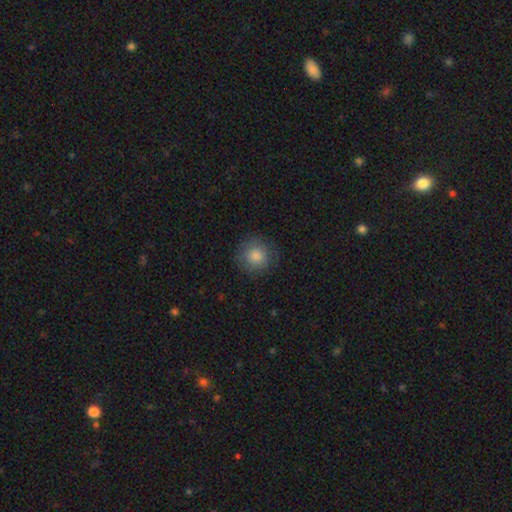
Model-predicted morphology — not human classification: A smooth galaxy with no disk features (83%) that is round (93%).

Vote fractions:
- Smooth or featured? smooth: 83% / star or artifact: 10% / featured or disk: 8%
- How rounded? round: 93% / in between: 6% / cigar-shaped: 1%
- Merging? none: 85% / minor disturbance: 10% / major disturbance: 3% / merger: 1%